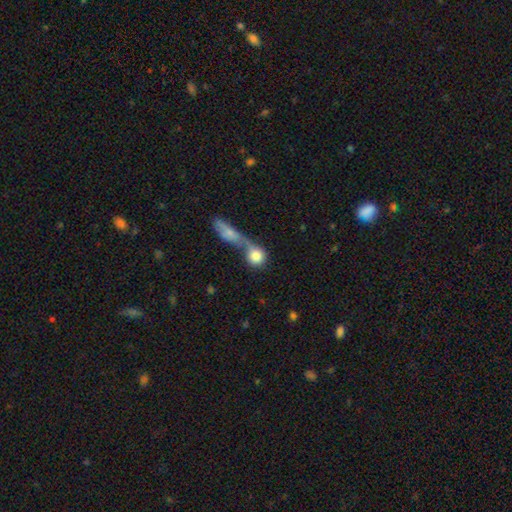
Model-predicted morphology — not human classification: A smooth galaxy with no disk features (79%) that is round (79%). Merging: merger (56%).